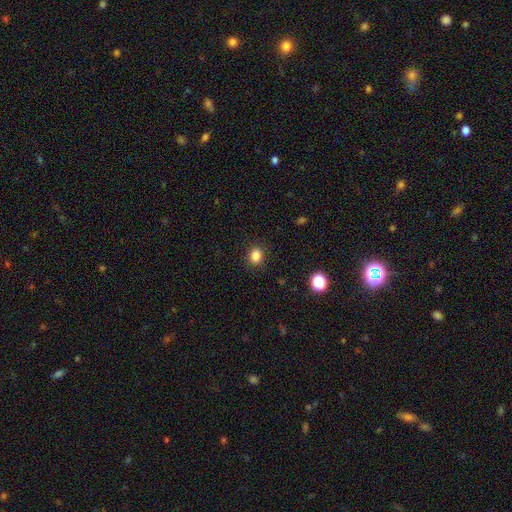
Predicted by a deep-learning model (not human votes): A smooth galaxy with no disk features (85%) that is round (53%). Merging: none (88%).